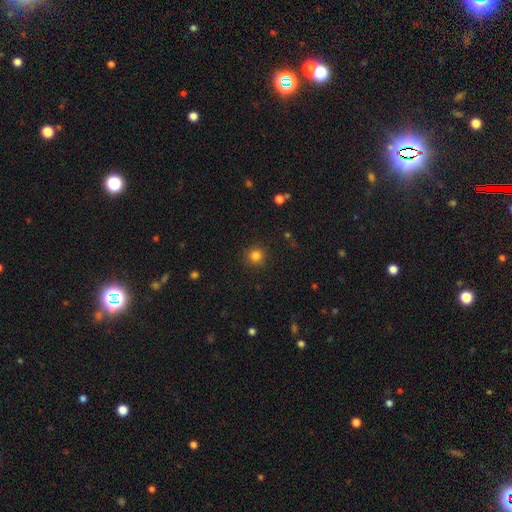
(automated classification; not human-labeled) smooth 83%, star or artifact 13%, featured or disk 5%. Down the decision tree: how rounded — round (93%); merging — none (89%).